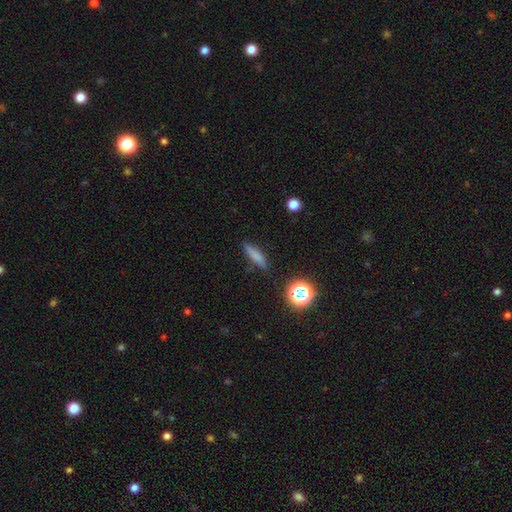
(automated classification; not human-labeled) Q: Smooth or featured?
A: smooth (72%); runner-up: featured or disk (16%)
Q: How rounded?
A: cigar-shaped (77%); runner-up: in between (19%)
Q: Merging?
A: none (83%); runner-up: minor disturbance (12%)